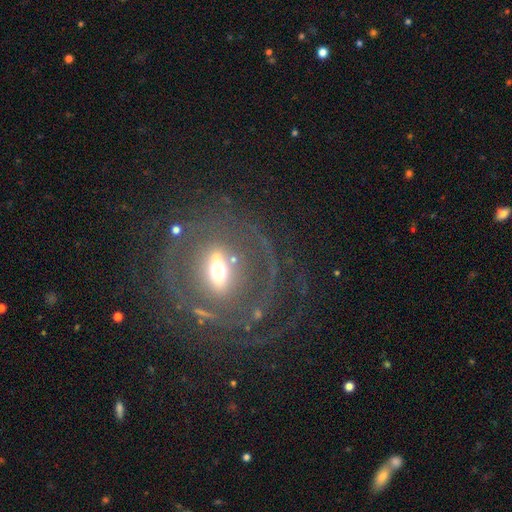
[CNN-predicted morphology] Smooth or featured? Predicted: featured or disk (p=0.77). Edge-on disk? Predicted: no (p=0.89). Bar? Predicted: strong (p=0.41). Spiral arms? Predicted: yes (p=0.63). Bulge size? Predicted: moderate (p=0.60). Merging? Predicted: none (p=0.75).